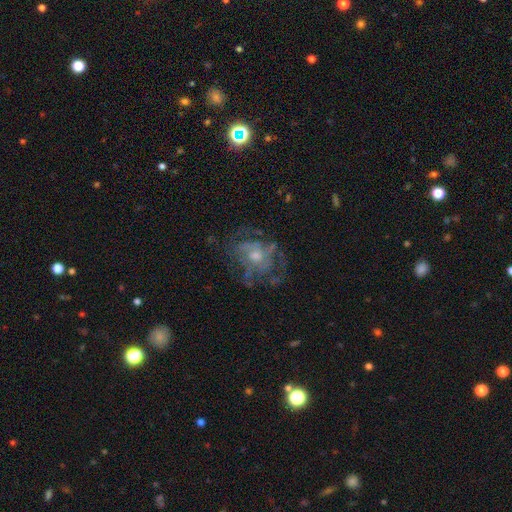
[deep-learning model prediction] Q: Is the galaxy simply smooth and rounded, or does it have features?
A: featured or disk — 68%.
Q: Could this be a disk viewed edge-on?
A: no — 97%.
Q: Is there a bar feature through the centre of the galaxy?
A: no — 80%.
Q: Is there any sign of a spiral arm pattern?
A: yes — 60%.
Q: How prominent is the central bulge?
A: moderate — 52%.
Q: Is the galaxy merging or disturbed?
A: none — 59%.